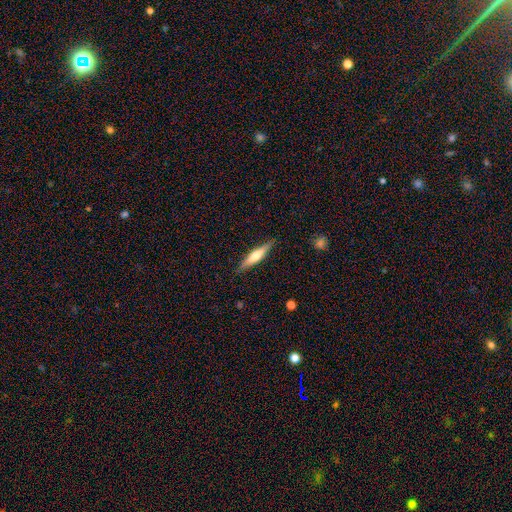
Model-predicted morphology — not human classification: Smooth or featured: featured or disk — 54% (smooth — 40%)
Edge-on disk: yes — 96% (no — 4%)
Edge-on bulge: rounded — 79% (boxy — 12%)
Merging: none — 89% (minor disturbance — 8%)